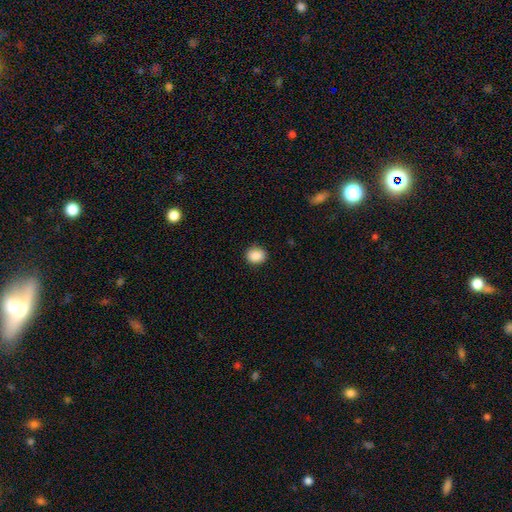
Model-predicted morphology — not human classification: Smooth or featured? Predicted: smooth (p=0.89). How rounded? Predicted: round (p=0.66). Merging? Predicted: none (p=0.89).